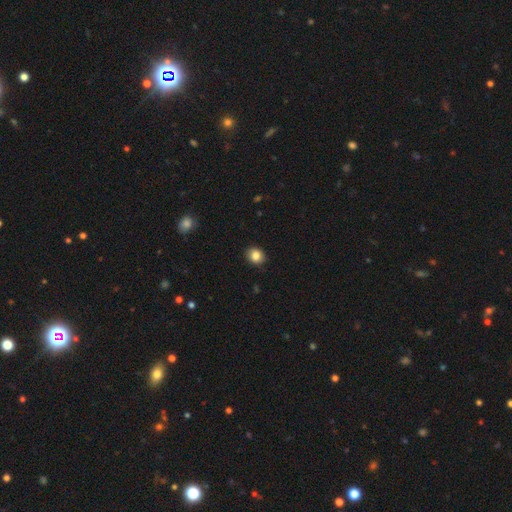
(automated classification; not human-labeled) Overall: smooth (85%). How rounded: round (61%; in between 38%). Merging: none (90%).